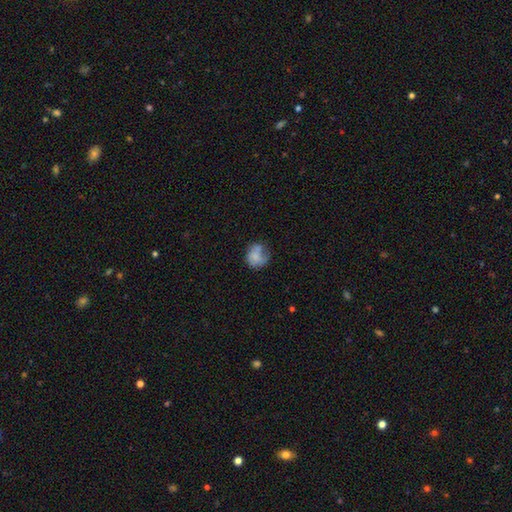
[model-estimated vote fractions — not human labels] The model was most divided on "merging": none: 42%, minor disturbance: 28%, major disturbance: 23%, merger: 8%. More confident: how rounded — round (69%); smooth or featured — smooth (64%).